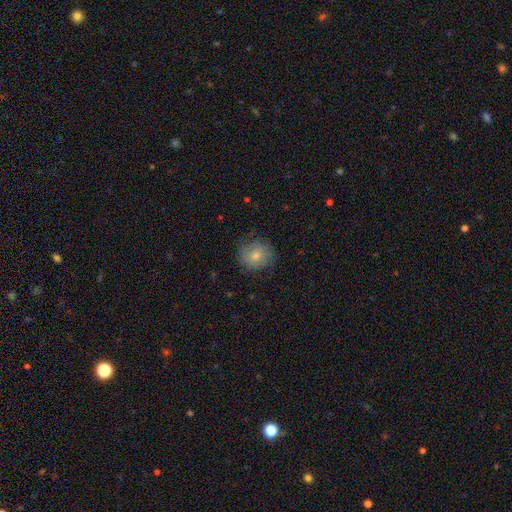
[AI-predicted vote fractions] Smooth or featured: smooth — 74% (featured or disk — 18%)
How rounded: round — 84% (in between — 15%)
Merging: none — 73% (minor disturbance — 19%)